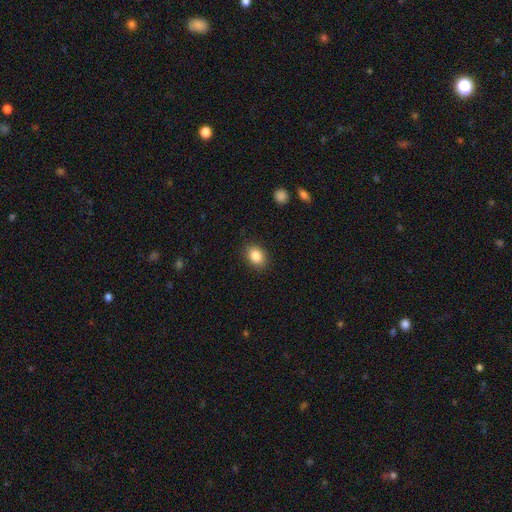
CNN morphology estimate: smooth-or-featured: smooth: 86% | star or artifact: 9% | featured or disk: 6%
  how-rounded: in between: 69% | round: 30% | cigar-shaped: 1%
  merging: none: 87% | minor disturbance: 9% | major disturbance: 3% | merger: 1%